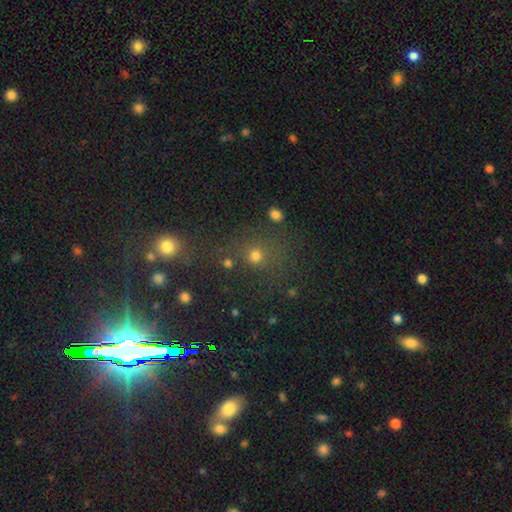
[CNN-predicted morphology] smooth-or-featured: smooth: 68% | star or artifact: 24% | featured or disk: 9%
  how-rounded: round: 85% | in between: 14% | cigar-shaped: 1%
  merging: none: 68% | merger: 13% | minor disturbance: 11% | major disturbance: 7%